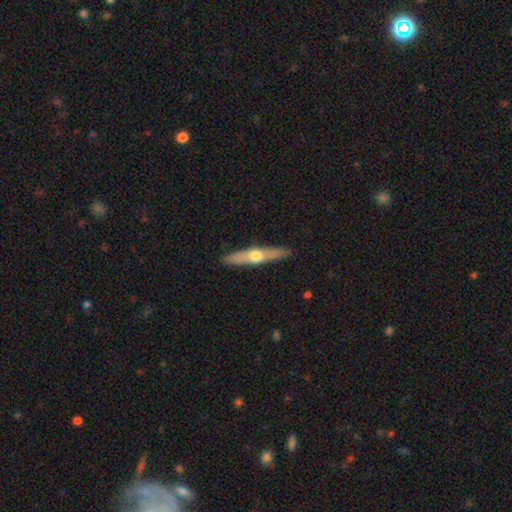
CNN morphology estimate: Smooth or featured? Predicted: featured or disk (p=0.58). Edge-on disk? Predicted: yes (p=0.92). Edge-on bulge? Predicted: rounded (p=0.92). Merging? Predicted: none (p=0.90).